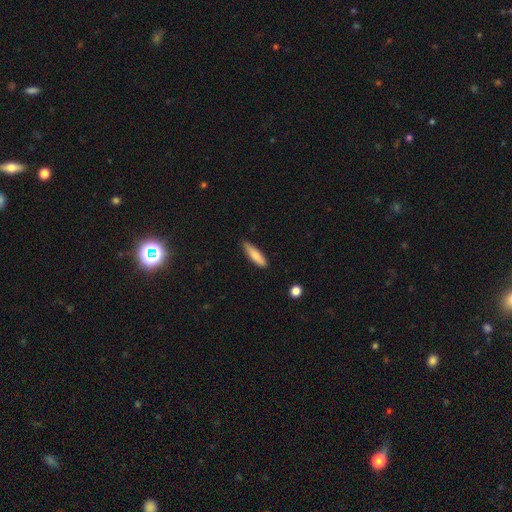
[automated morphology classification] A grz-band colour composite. It shows a smooth galaxy with no disk features (79%) that is cigar-shaped (71%). Merging: none (80%).